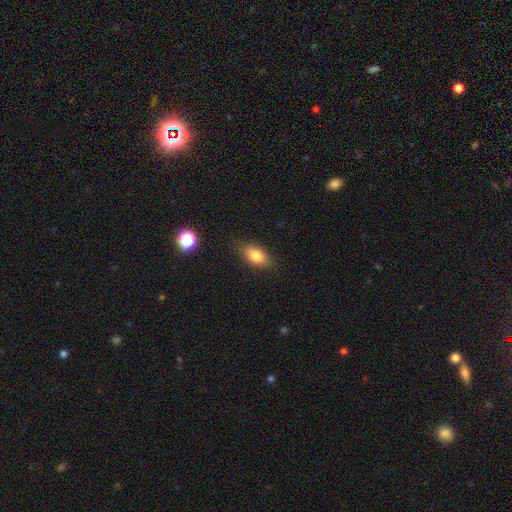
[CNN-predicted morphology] The model was most divided on "smooth or featured": smooth: 79%, featured or disk: 12%, star or artifact: 9%. More confident: how rounded — in between (84%); merging — none (83%).